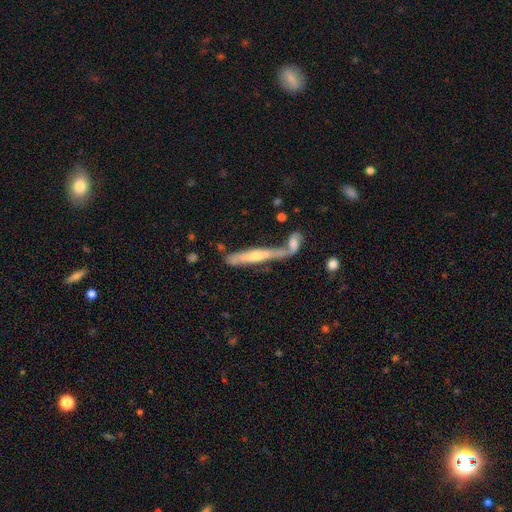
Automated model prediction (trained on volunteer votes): Smooth or featured?
  - featured or disk: 59% *
  - smooth: 35%
  - star or artifact: 6%
Edge-on disk?
  - yes: 82% *
  - no: 18%
Merging?
  - none: 40% * (tied)
  - merger: 40% * (tied)
  - minor disturbance: 13%
  - major disturbance: 7%